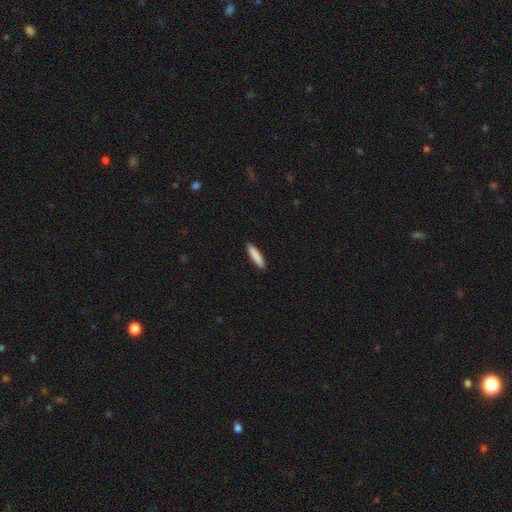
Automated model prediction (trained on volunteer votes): A smooth galaxy with no disk features (87%) that is cigar-shaped (85%).

Vote fractions:
- Smooth or featured? smooth: 87% / featured or disk: 7% / star or artifact: 6%
- How rounded? cigar-shaped: 85% / in between: 14% / round: 1%
- Merging? none: 91% / minor disturbance: 6% / major disturbance: 1% / merger: 1%